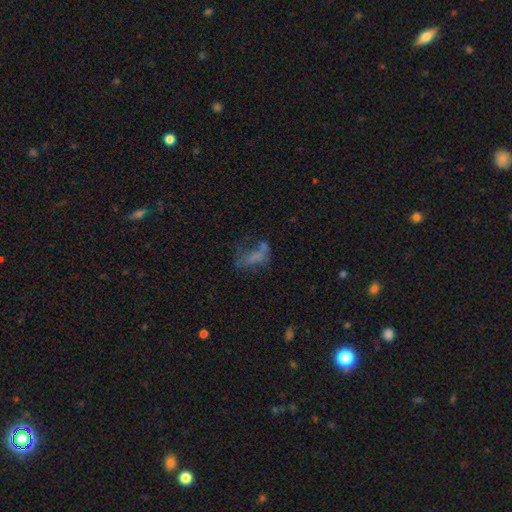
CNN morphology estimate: Q: Smooth or featured?
A: smooth (46%); runner-up: featured or disk (33%)
Q: Merging?
A: major disturbance (33%); runner-up: none (32%)